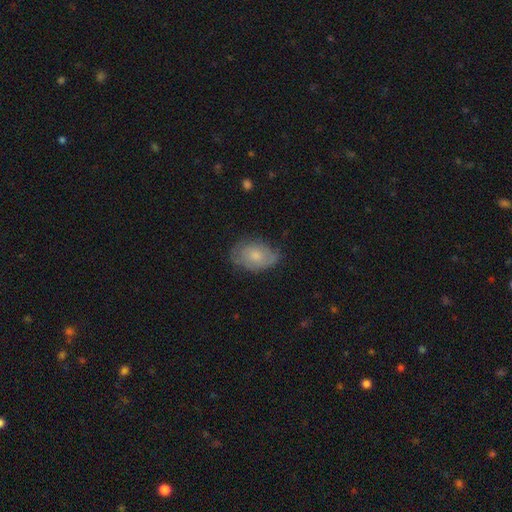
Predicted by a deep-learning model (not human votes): A smooth galaxy with no disk features (56%) that is in between round and cigar-shaped (81%). Merging: none (65%).